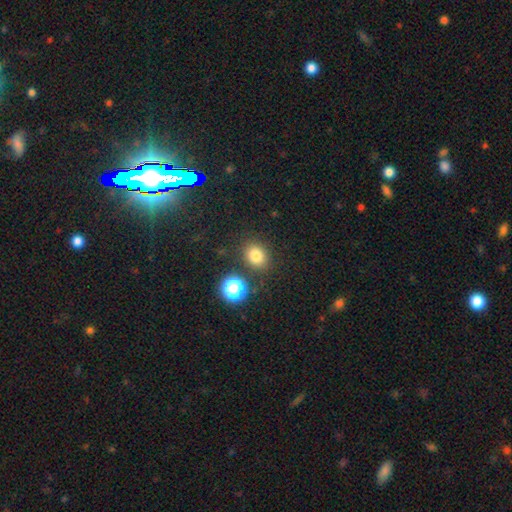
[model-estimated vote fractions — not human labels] Morphology: type=smooth (77%); roundness=round (69%); merging=none (83%).